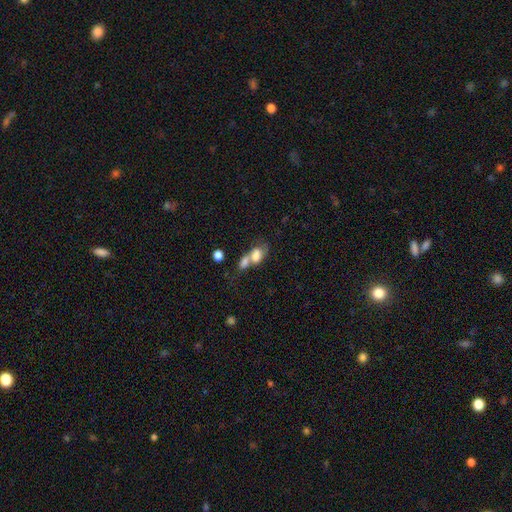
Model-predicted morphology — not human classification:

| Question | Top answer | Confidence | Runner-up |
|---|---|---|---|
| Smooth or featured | smooth | 71% | featured or disk (20%) |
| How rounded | in between | 77% | round (19%) |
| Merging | merger | 67% | none (17%) |